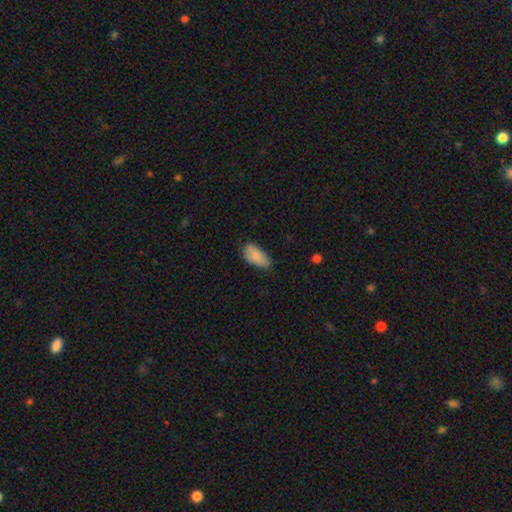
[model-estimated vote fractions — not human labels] The model was most divided on "merging": none: 61%, minor disturbance: 32%, major disturbance: 5%, merger: 1%. More confident: how rounded — in between (94%); smooth or featured — smooth (84%).